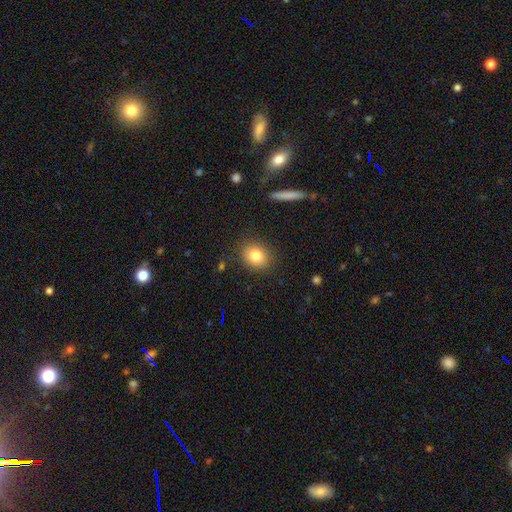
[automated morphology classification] Smooth or featured: smooth — 81% (star or artifact — 10%)
How rounded: round — 60% (in between — 39%)
Merging: none — 87% (minor disturbance — 9%)